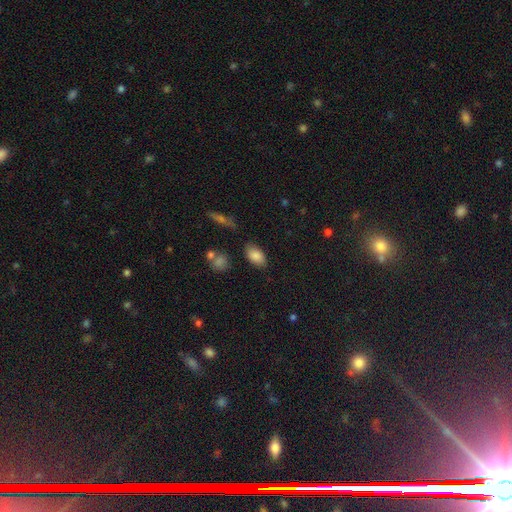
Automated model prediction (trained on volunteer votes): The model was most divided on "merging": none: 81%, minor disturbance: 13%, major disturbance: 3%, merger: 3%. More confident: how rounded — in between (91%); smooth or featured — smooth (85%).